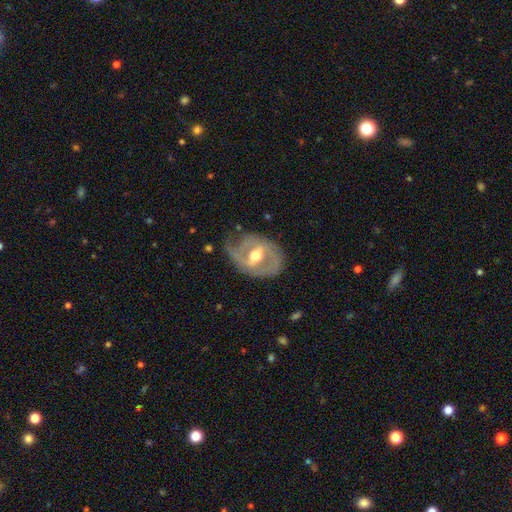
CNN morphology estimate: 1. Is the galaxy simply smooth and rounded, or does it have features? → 81% featured or disk, 14% smooth, 5% star or artifact.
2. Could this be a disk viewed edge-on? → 95% no, 5% yes.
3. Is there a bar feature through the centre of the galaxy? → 42% strong (tied), 42% weak (tied), 16% no.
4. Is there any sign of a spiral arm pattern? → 81% yes, 19% no.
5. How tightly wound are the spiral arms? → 44% medium, 32% tight, 23% loose.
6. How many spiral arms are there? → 71% 2, 13% can't tell, 7% 1, 5% 3, 2% 4, 2% more than 4.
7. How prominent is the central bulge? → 77% moderate, 12% small, 9% large, 1% none, 1% dominant.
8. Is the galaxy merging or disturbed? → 59% none, 26% minor disturbance, 13% major disturbance, 2% merger.